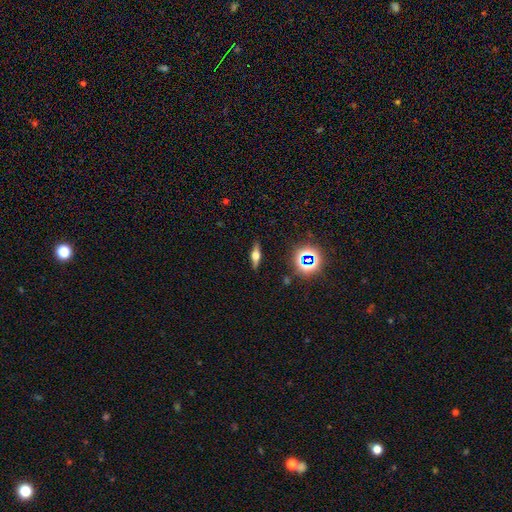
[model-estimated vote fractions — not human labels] smooth_or_featured: featured or disk (p=0.52) [alt: smooth p=0.33]
disk_edge_on: yes (p=0.92) [alt: no p=0.08]
merging: none (p=0.88) [alt: minor disturbance p=0.08]